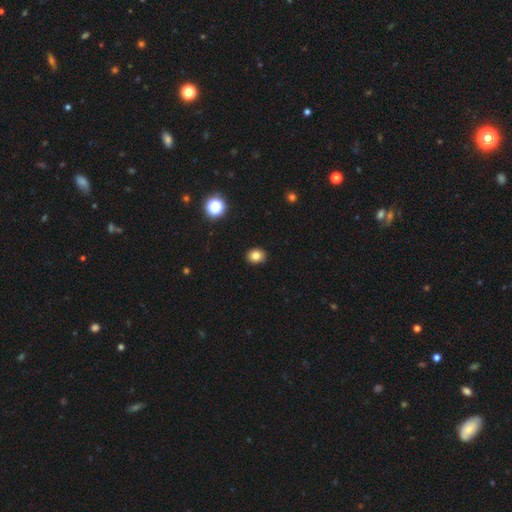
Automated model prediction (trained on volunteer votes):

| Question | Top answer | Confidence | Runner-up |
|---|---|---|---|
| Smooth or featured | smooth | 82% | star or artifact (12%) |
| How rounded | round | 59% | in between (40%) |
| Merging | none | 90% | minor disturbance (7%) |